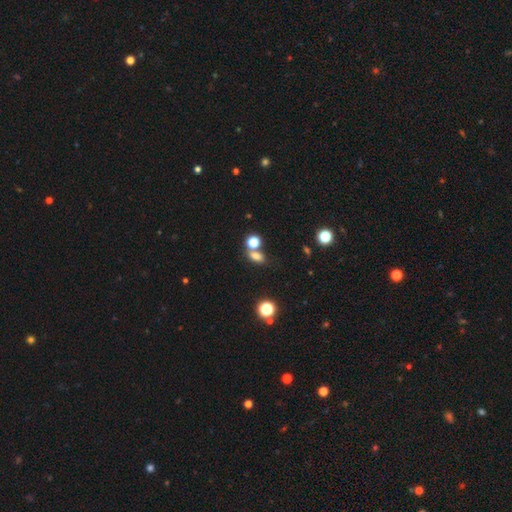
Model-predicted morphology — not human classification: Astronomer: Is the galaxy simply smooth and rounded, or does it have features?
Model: smooth — 72%.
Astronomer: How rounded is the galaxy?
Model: in between — 68%.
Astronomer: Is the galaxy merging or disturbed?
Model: none — 53% (runner-up: merger, 32%).